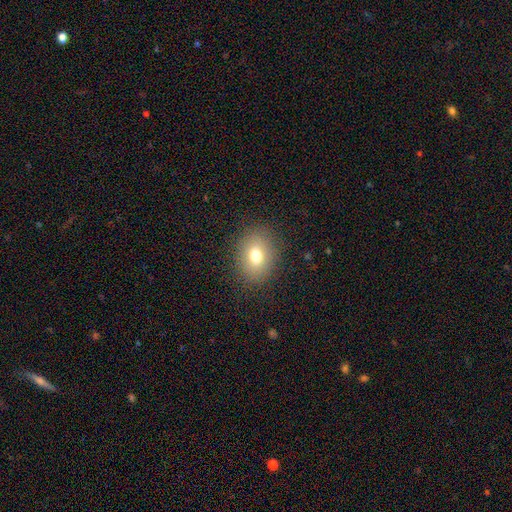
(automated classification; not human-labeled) Q: Smooth or featured?
A: smooth (74%); runner-up: featured or disk (13%)
Q: How rounded?
A: in between (56%); runner-up: round (43%)
Q: Merging?
A: none (86%); runner-up: minor disturbance (9%)